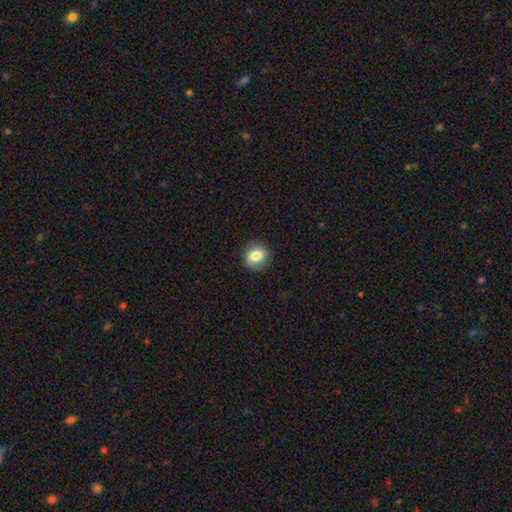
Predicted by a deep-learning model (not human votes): smooth_or_featured: smooth (p=0.80) [alt: featured or disk p=0.10]
how_rounded: round (p=0.79) [alt: in between p=0.20]
merging: none (p=0.88) [alt: minor disturbance p=0.09]